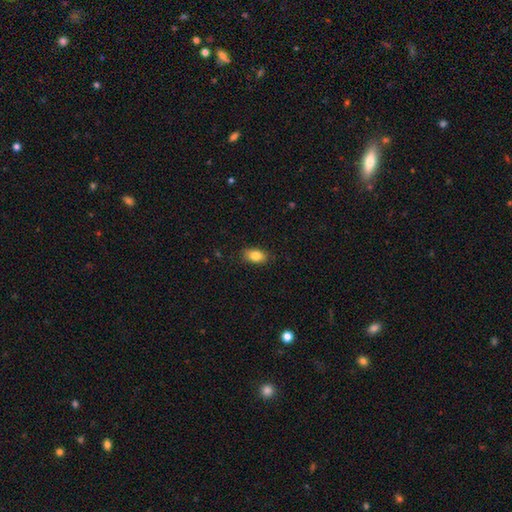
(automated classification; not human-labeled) smooth_or_featured: smooth (p=0.83) [alt: featured or disk p=0.09]
how_rounded: in between (p=0.87) [alt: round p=0.11]
merging: none (p=0.84) [alt: minor disturbance p=0.12]